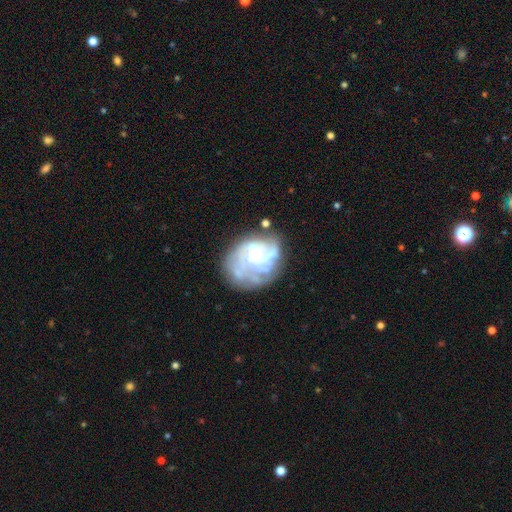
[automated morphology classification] A featured or disk galaxy (79%) with no bar (76%), tight (53%) spiral arms (82%) and a small central bulge (69%). Merging: none (57%).